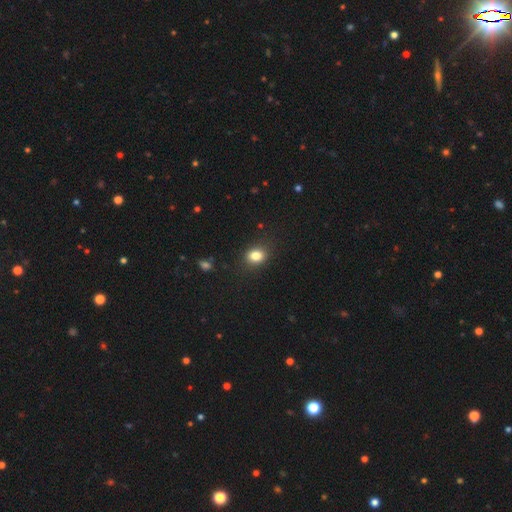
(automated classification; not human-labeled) This is clearly a smooth galaxy (82%). How rounded: possibly in between (54%). Merging: clearly none (85%).